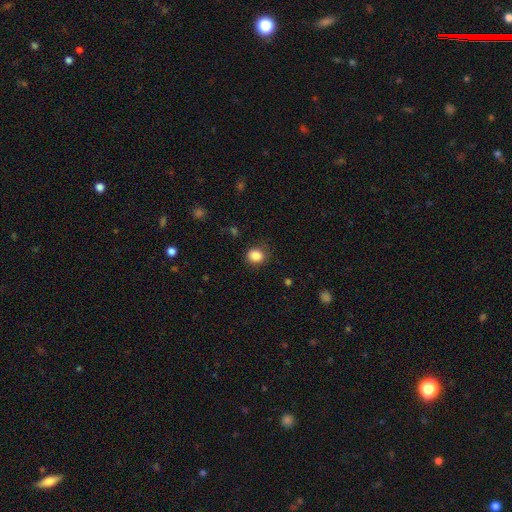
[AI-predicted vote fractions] The model was most divided on "how rounded": round: 73%, in between: 26%, cigar-shaped: 1%. More confident: smooth or featured — smooth (85%); merging — none (82%).